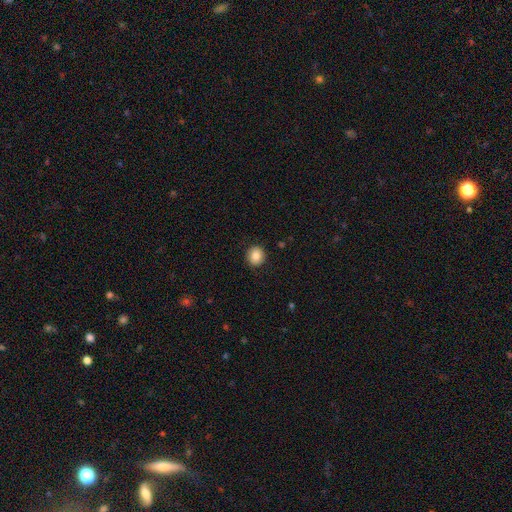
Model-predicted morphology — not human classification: Smooth or featured?
  - smooth: 85% *
  - star or artifact: 9%
  - featured or disk: 6%
How rounded?
  - round: 88% *
  - in between: 11%
  - cigar-shaped: 1%
Merging?
  - none: 91% *
  - minor disturbance: 7%
  - major disturbance: 2%
  - merger: 1%